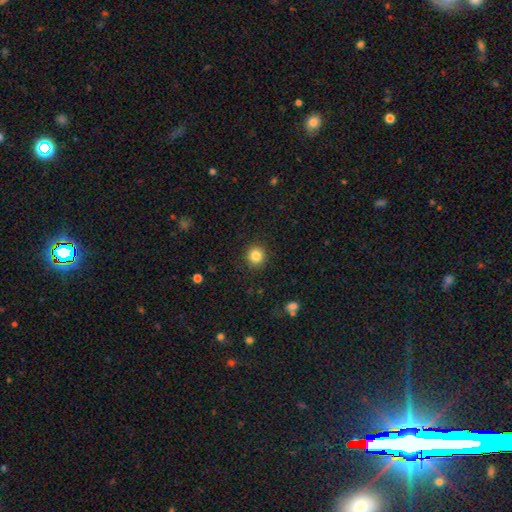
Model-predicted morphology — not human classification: type=smooth (85%); roundness=round (91%); merging=none (91%).